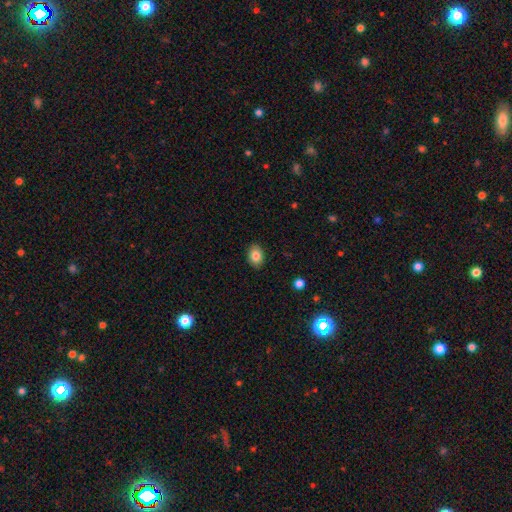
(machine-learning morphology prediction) Smooth or featured: smooth — 84% (star or artifact — 8%)
How rounded: in between — 75% (round — 24%)
Merging: none — 89% (minor disturbance — 8%)